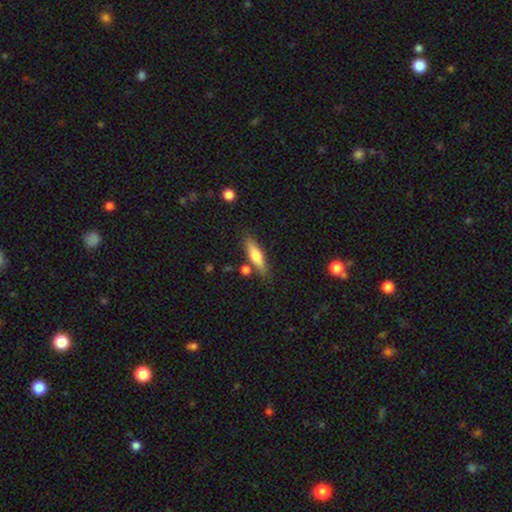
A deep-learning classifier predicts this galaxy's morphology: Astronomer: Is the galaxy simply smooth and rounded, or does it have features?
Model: smooth — 63%.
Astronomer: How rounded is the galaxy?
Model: cigar-shaped — 67%.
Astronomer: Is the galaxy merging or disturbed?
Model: none — 79%.